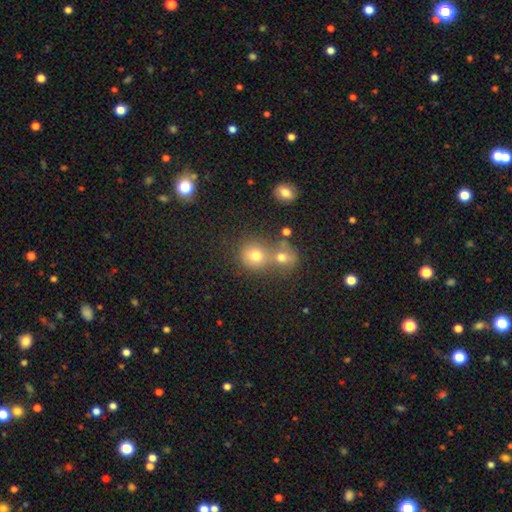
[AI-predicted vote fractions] Smooth or featured?
  - smooth: 74% *
  - star or artifact: 15%
  - featured or disk: 11%
How rounded?
  - round: 82% *
  - in between: 17%
  - cigar-shaped: 1%
Merging?
  - merger: 44% * (tied)
  - none: 44% * (tied)
  - minor disturbance: 8%
  - major disturbance: 4%